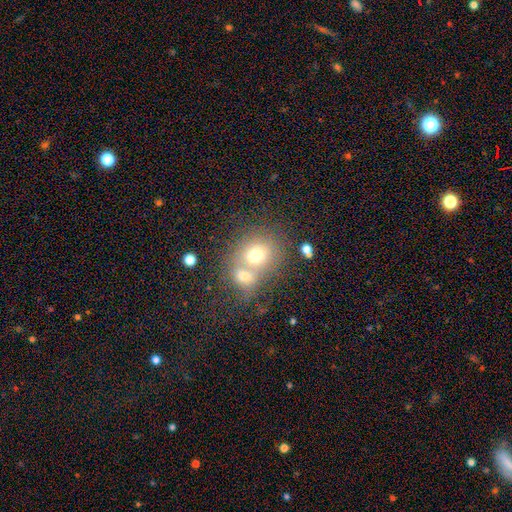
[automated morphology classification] Overall: smooth (68%). How rounded: round (66%; in between 33%). Merging: merger (60%; none 28%).